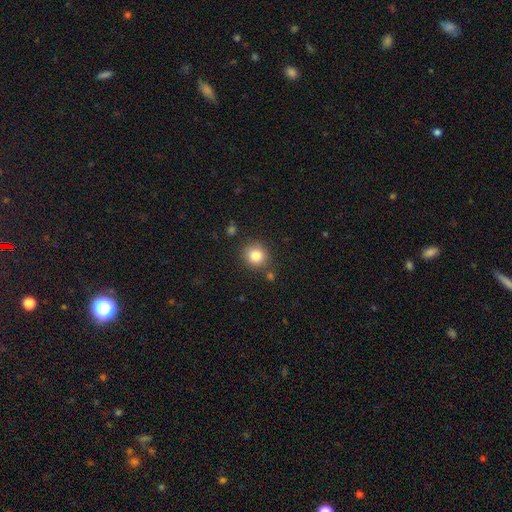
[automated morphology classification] Smooth or featured?
  - smooth: 83% *
  - star or artifact: 11%
  - featured or disk: 7%
How rounded?
  - round: 88% *
  - in between: 11%
  - cigar-shaped: 1%
Merging?
  - none: 83% *
  - minor disturbance: 10%
  - merger: 5%
  - major disturbance: 3%